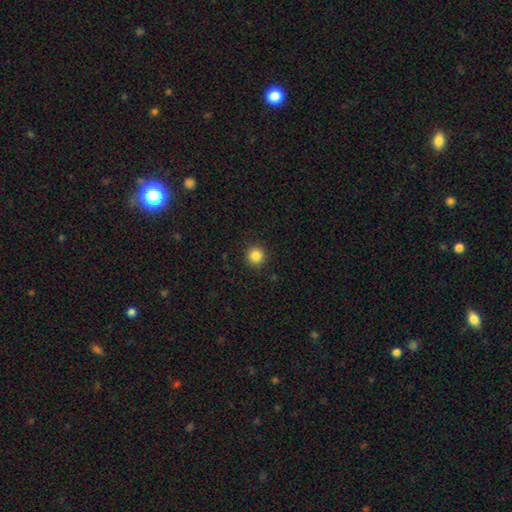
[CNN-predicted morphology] smooth_or_featured: smooth (p=0.85) [alt: star or artifact p=0.11]
how_rounded: round (p=0.95) [alt: in between p=0.04]
merging: none (p=0.92) [alt: minor disturbance p=0.05]